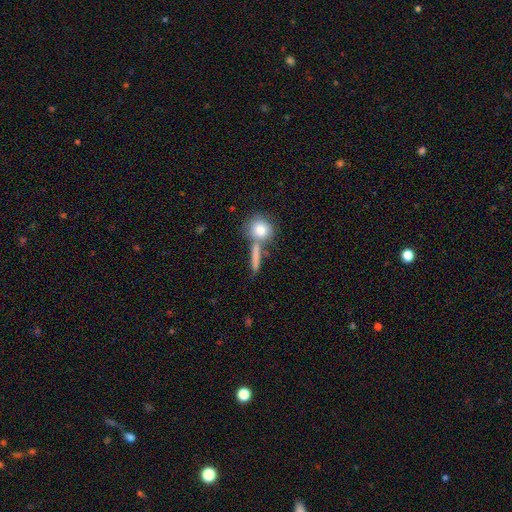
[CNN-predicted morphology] Smooth or featured: smooth — 74% (featured or disk — 17%)
How rounded: cigar-shaped — 49% (round — 31%)
Merging: none — 59% (merger — 24%)